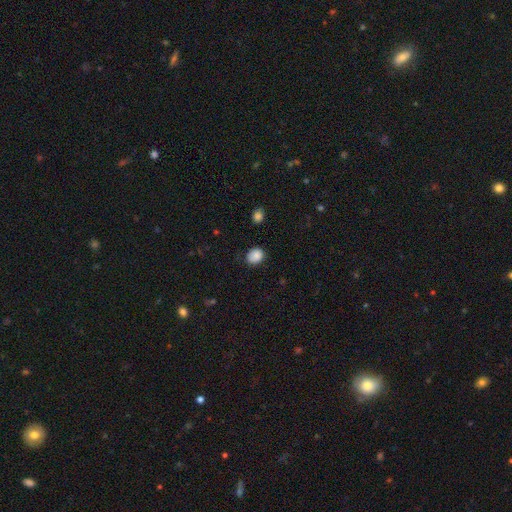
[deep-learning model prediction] Smooth or featured?
  - smooth: 87% *
  - star or artifact: 9%
  - featured or disk: 4%
How rounded?
  - round: 59% *
  - in between: 40%
  - cigar-shaped: 1%
Merging?
  - none: 77% *
  - minor disturbance: 18%
  - major disturbance: 4%
  - merger: 2%